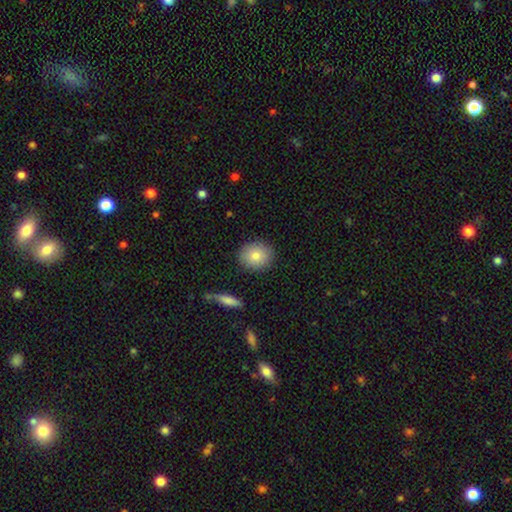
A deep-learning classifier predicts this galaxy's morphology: A smooth galaxy with no disk features (80%) that is round (70%).

Vote fractions:
- Smooth or featured? smooth: 80% / featured or disk: 12% / star or artifact: 8%
- How rounded? round: 70% / in between: 29% / cigar-shaped: 1%
- Merging? none: 88% / minor disturbance: 9% / major disturbance: 2% / merger: 2%